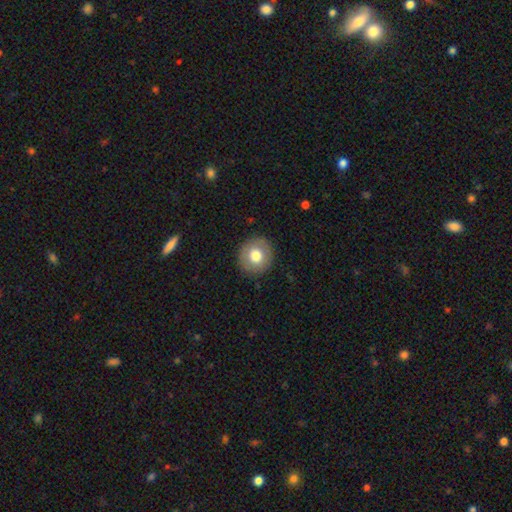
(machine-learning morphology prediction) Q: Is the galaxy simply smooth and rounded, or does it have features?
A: smooth — 75%.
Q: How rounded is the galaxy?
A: round — 88%.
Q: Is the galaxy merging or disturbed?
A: none — 90%.